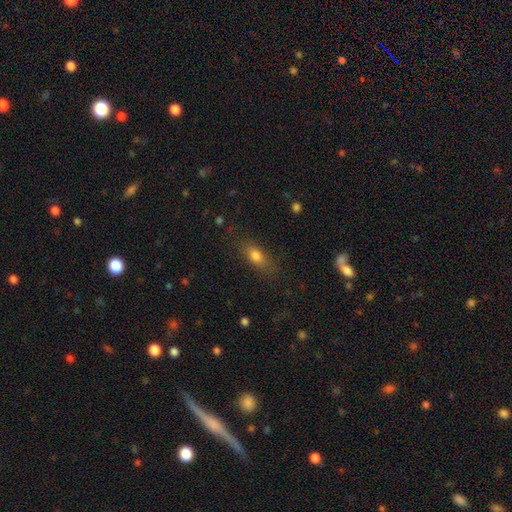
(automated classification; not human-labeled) Smooth or featured? smooth (77%)
How rounded? in between (74%)
Merging? none (76%)